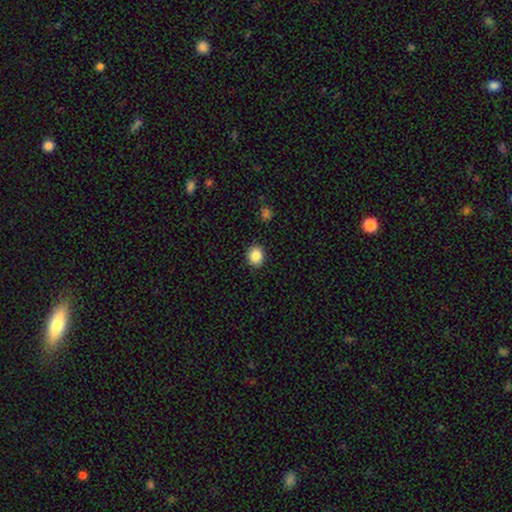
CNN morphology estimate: smooth_or_featured: smooth (p=0.87) [alt: star or artifact p=0.09]
how_rounded: round (p=0.67) [alt: in between p=0.32]
merging: none (p=0.90) [alt: minor disturbance p=0.07]